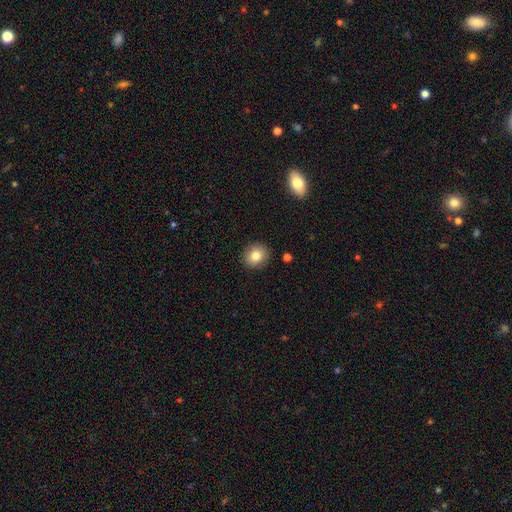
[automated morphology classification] Smooth or featured? smooth (82%)
How rounded? round (84%)
Merging? none (90%)